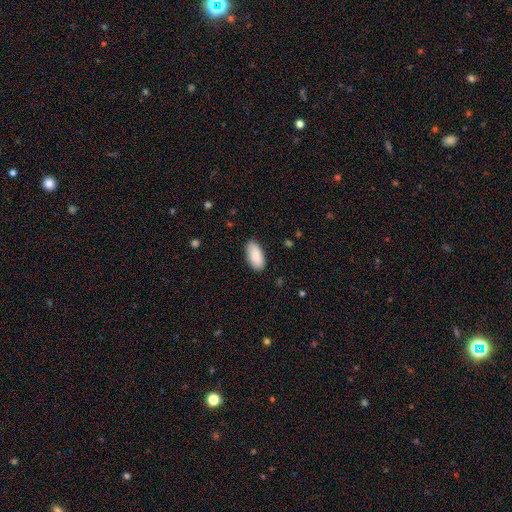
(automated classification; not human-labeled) Q: Smooth or featured?
A: smooth (88%); runner-up: featured or disk (6%)
Q: How rounded?
A: in between (94%); runner-up: cigar-shaped (4%)
Q: Merging?
A: none (86%); runner-up: minor disturbance (11%)